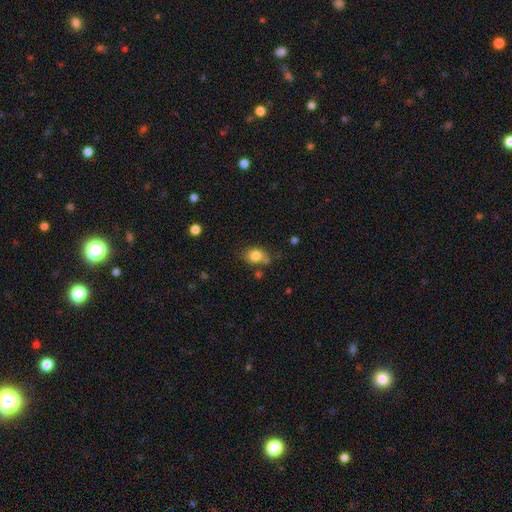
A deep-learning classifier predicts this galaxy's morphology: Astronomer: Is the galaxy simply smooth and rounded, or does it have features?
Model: smooth — 81%.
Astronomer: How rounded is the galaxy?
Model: in between — 59% (runner-up: round, 40%).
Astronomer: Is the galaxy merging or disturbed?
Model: none — 63%.